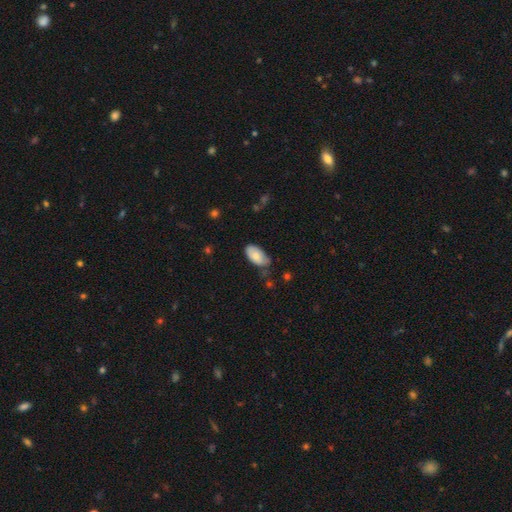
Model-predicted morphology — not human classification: The model was most divided on "merging": none: 58%, minor disturbance: 33%, major disturbance: 6%, merger: 3%. More confident: how rounded — in between (95%); smooth or featured — smooth (77%).